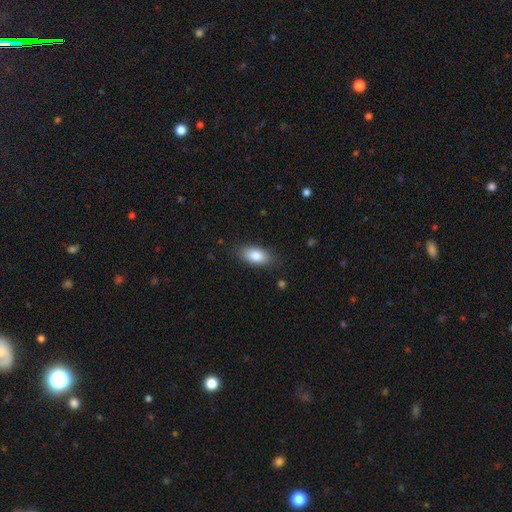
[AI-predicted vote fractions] The model was most divided on "merging": none: 84%, minor disturbance: 12%, major disturbance: 3%, merger: 1%. More confident: how rounded — in between (90%); smooth or featured — smooth (84%).